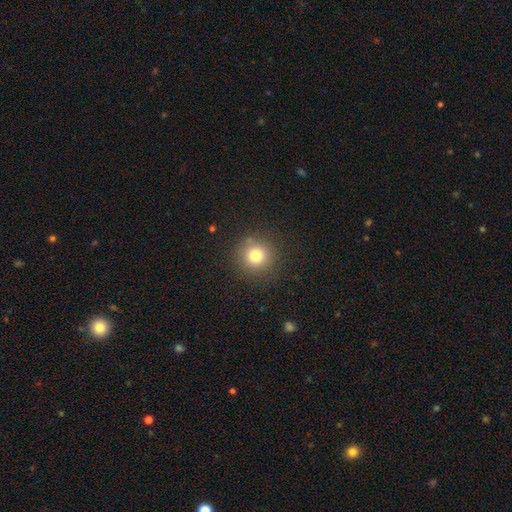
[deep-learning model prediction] The model was most divided on "smooth or featured": smooth: 77%, star or artifact: 14%, featured or disk: 9%. More confident: how rounded — round (94%); merging — none (88%).